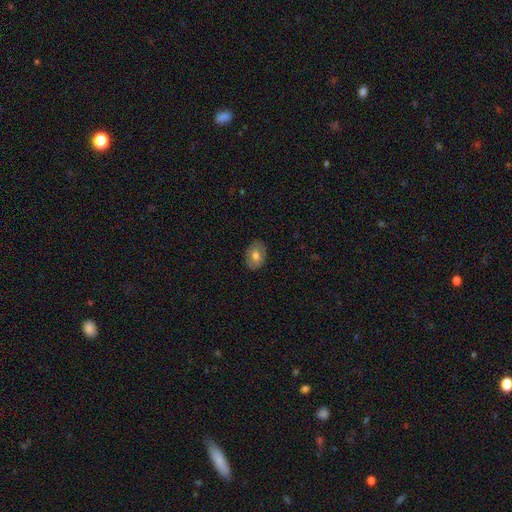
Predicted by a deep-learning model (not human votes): A smooth galaxy with no disk features (63%) that is in between round and cigar-shaped (73%). Merging: none (84%).